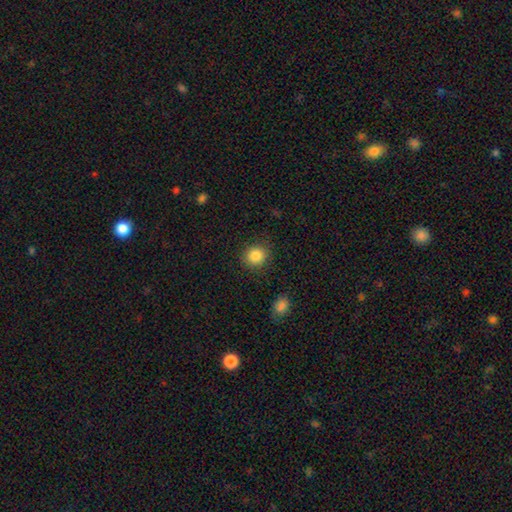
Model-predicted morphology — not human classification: Smooth or featured? smooth (85%)
How rounded? round (86%)
Merging? none (88%)